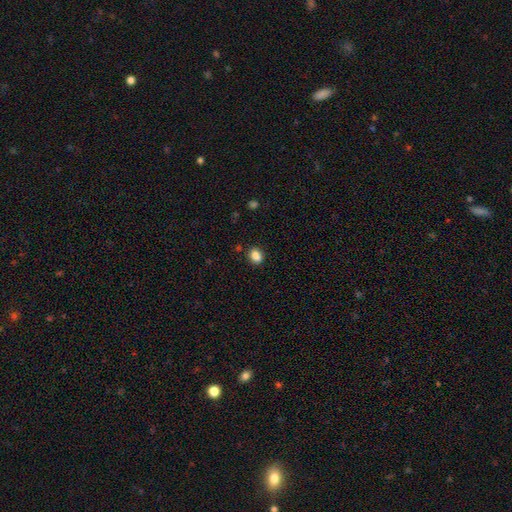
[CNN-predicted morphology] type=smooth (86%); roundness=in between (56%); merging=none (83%).